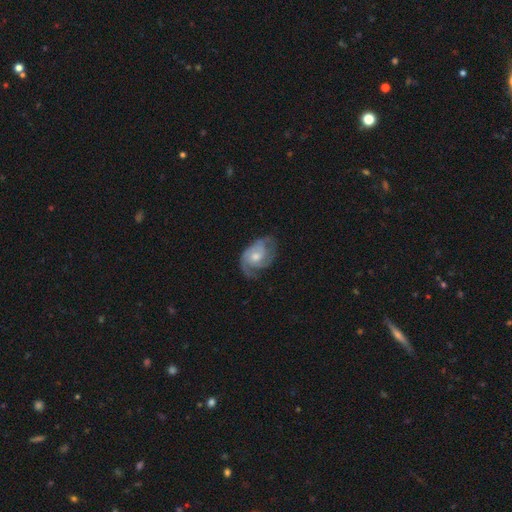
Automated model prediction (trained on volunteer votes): This is likely a featured or disk galaxy (80%). It is clearly not viewed edge-on (97%). Bar: likely no (70%). Spiral arm pattern: clearly yes (94%). Spiral arm count: marginally 2 (44%). Spiral winding: marginally tight (43%, tied with medium). Central bulge: likely moderate (62%). Merging: possibly none (58%).